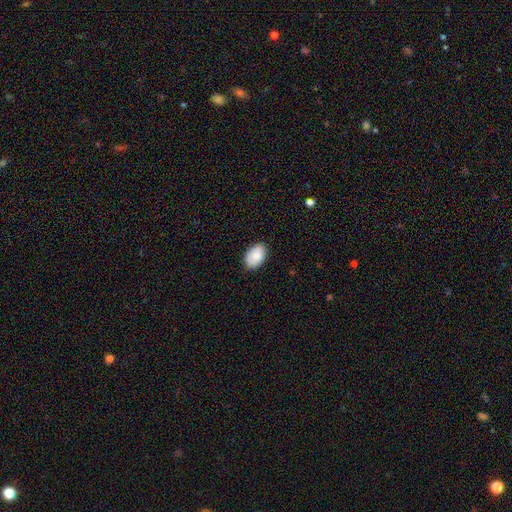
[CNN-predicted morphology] This appears to be a smooth galaxy with no disk features (84%) that is in between round and cigar-shaped (89%). Merging: none (85%).